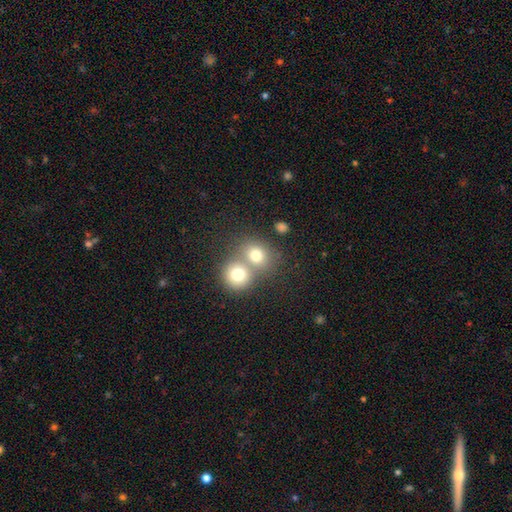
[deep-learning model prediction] This is likely a smooth galaxy (75%). How rounded: likely round (74%). Merging: possibly merger (50%).